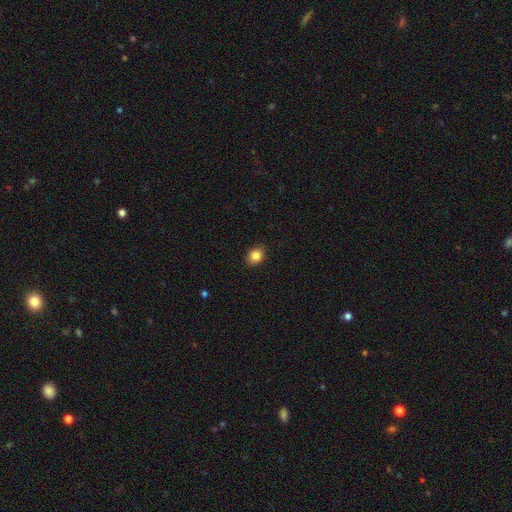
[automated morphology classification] Smooth or featured: smooth — 86% (star or artifact — 9%)
How rounded: in between — 53% (round — 46%)
Merging: none — 89% (minor disturbance — 8%)